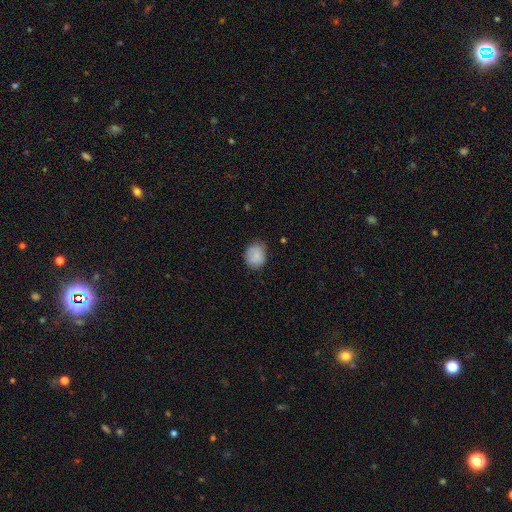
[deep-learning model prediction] smooth_or_featured: smooth (p=0.86) [alt: star or artifact p=0.08]
how_rounded: round (p=0.66) [alt: in between p=0.33]
merging: none (p=0.73) [alt: minor disturbance p=0.21]